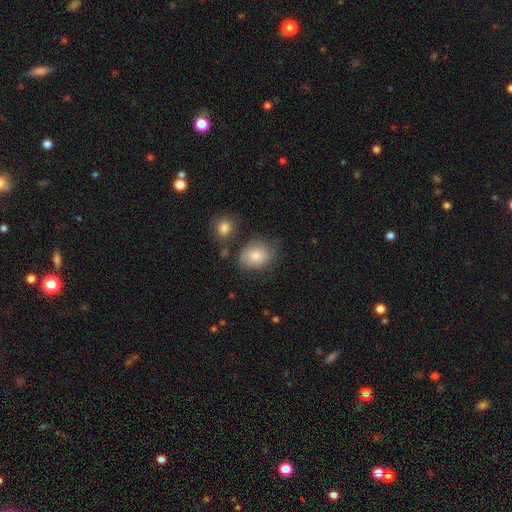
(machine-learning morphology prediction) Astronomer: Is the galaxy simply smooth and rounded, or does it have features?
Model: smooth — 79%.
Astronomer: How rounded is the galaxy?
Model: in between — 58% (runner-up: round, 41%).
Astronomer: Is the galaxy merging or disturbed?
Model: none — 62%.